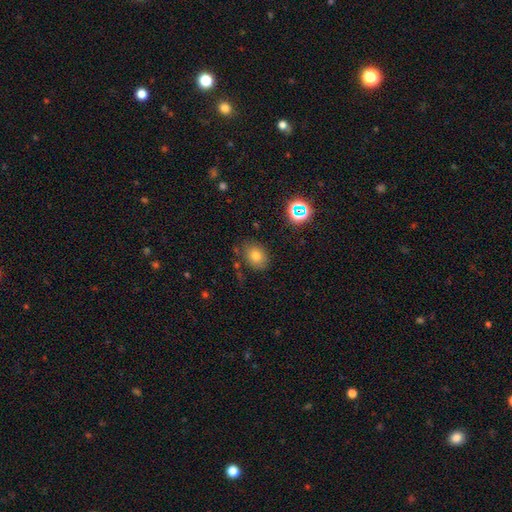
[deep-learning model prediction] The model was most divided on "how rounded": in between: 54%, round: 45%, cigar-shaped: 1%. More confident: merging — none (78%); smooth or featured — smooth (73%).